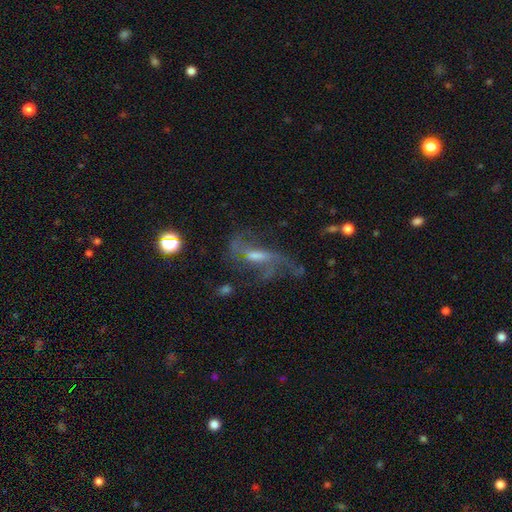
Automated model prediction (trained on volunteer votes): Overall: featured or disk (73%). Edge-on disk: no (90%). Bar: weak (48%; no 26%). Spiral arms: yes (84%). Spiral arm count: 2 (42%; can't tell 22%). Spiral winding: loose (64%; medium 28%). Bulge size: moderate (43%; small 31%). Merging: none (47%; major disturbance 31%).